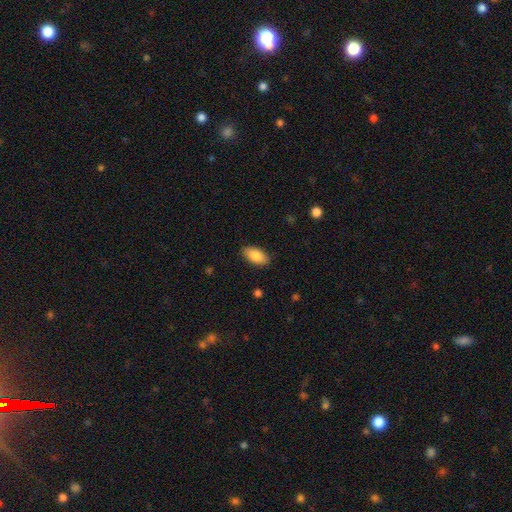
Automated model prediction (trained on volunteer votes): smooth_or_featured: smooth (p=0.85) [alt: featured or disk p=0.09]
how_rounded: in between (p=0.92) [alt: cigar-shaped p=0.06]
merging: none (p=0.87) [alt: minor disturbance p=0.10]